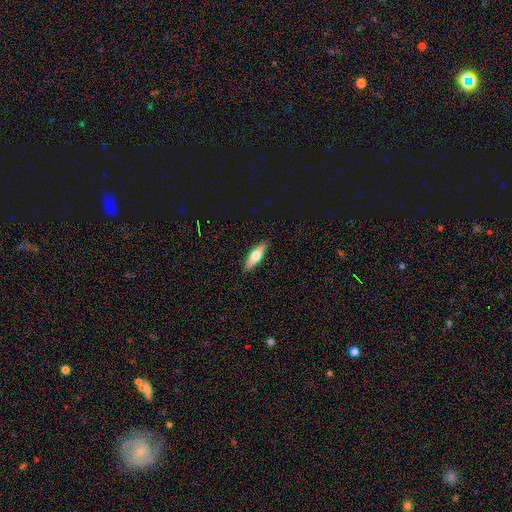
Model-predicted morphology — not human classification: A smooth galaxy with no disk features (62%) that is in between round and cigar-shaped (49%, tied with cigar-shaped). Merging: none (88%).